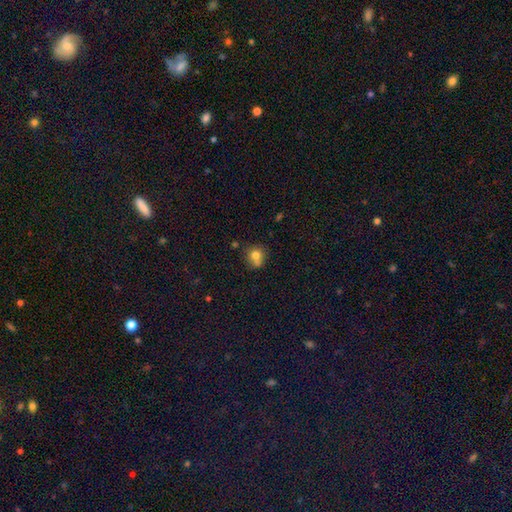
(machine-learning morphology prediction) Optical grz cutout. It shows a smooth galaxy with no disk features (76%) that is round (81%). Merging: none (52%).